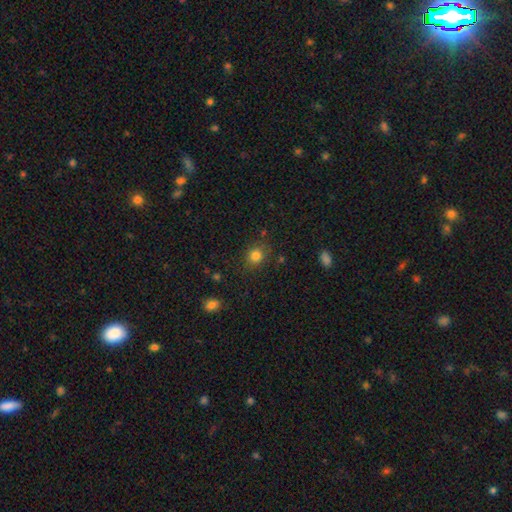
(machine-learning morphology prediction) Smooth or featured?
  - smooth: 82% *
  - star or artifact: 13%
  - featured or disk: 6%
How rounded?
  - round: 72% *
  - in between: 27%
  - cigar-shaped: 1%
Merging?
  - none: 81% *
  - minor disturbance: 13%
  - major disturbance: 4%
  - merger: 2%